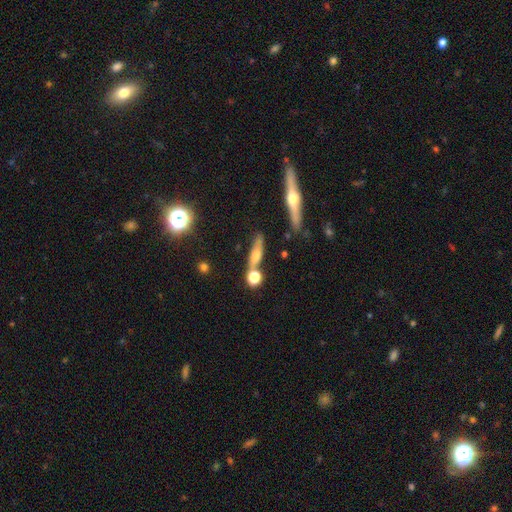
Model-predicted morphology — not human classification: Smooth or featured: smooth — 47% (featured or disk — 40%)
Merging: none — 61% (merger — 19%)